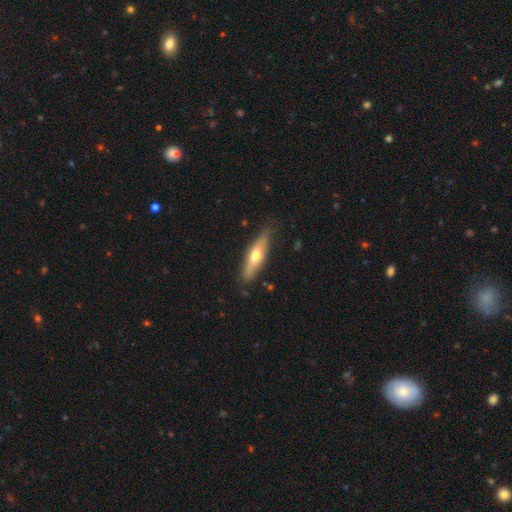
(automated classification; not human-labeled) A smooth galaxy with no disk features (51%) that is cigar-shaped (66%).

Vote fractions:
- Smooth or featured? smooth: 51% / featured or disk: 44% / star or artifact: 5%
- How rounded? cigar-shaped: 66% / in between: 32% / round: 2%
- Merging? none: 83% / minor disturbance: 13% / major disturbance: 2% / merger: 1%